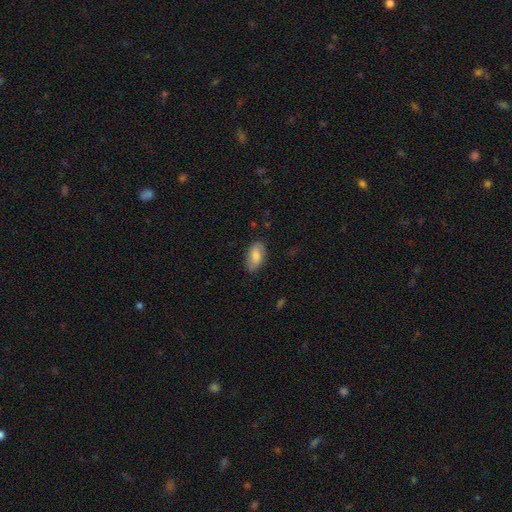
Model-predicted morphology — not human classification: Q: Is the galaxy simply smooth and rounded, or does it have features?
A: smooth — 77%.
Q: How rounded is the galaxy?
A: in between — 93%.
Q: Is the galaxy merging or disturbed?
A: none — 80%.